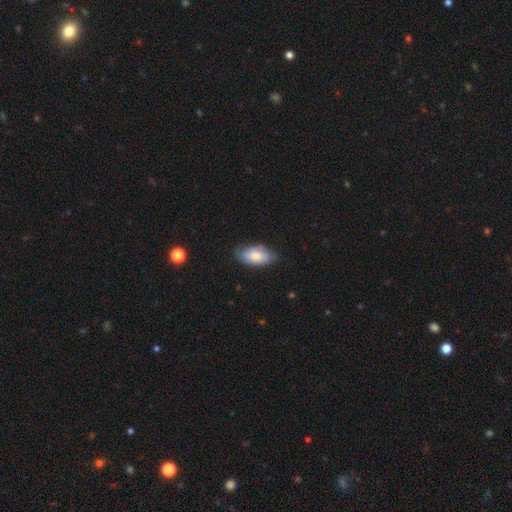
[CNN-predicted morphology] Q: Smooth or featured?
A: smooth (69%); runner-up: featured or disk (24%)
Q: How rounded?
A: in between (93%); runner-up: cigar-shaped (4%)
Q: Merging?
A: none (67%); runner-up: minor disturbance (27%)